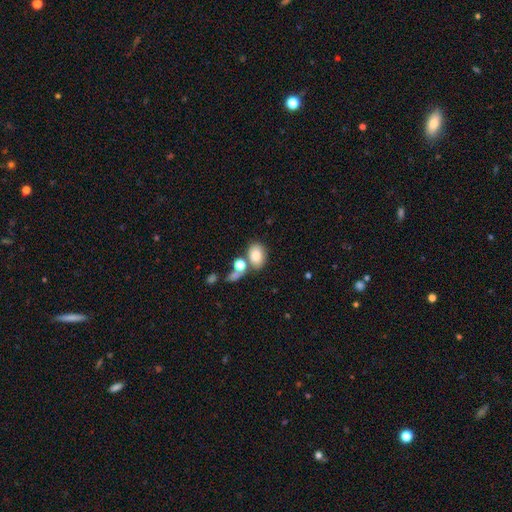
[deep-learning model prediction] This appears to be a smooth galaxy with no disk features (81%) that is in between round and cigar-shaped (78%). Merging: none (53%).